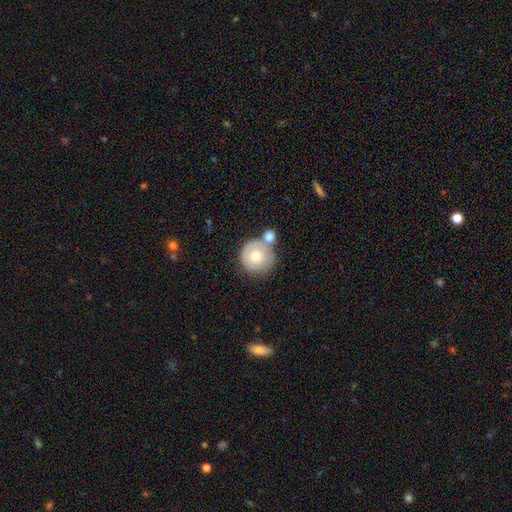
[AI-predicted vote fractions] The model was most divided on "merging": none: 50%, merger: 30%, minor disturbance: 14%, major disturbance: 6%. More confident: how rounded — round (93%); smooth or featured — smooth (70%).